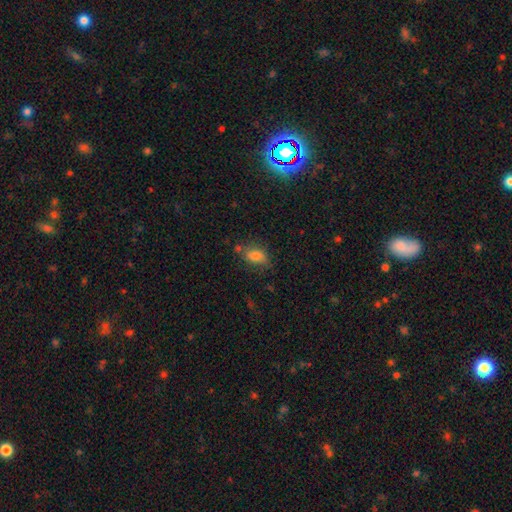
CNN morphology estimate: Smooth or featured: smooth — 78% (featured or disk — 12%)
How rounded: in between — 85% (round — 11%)
Merging: none — 64% (minor disturbance — 21%)